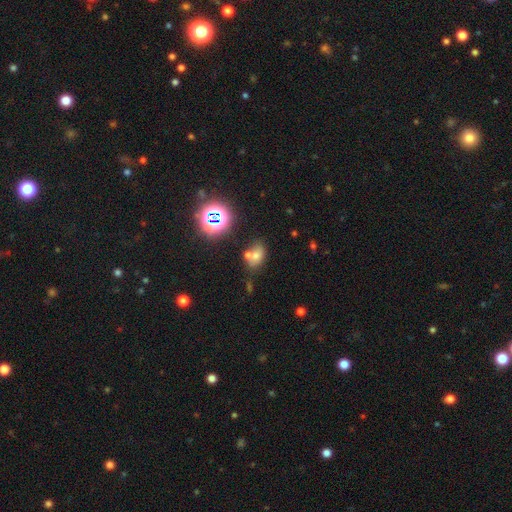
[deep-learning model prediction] smooth-or-featured: smooth: 59% | star or artifact: 27% | featured or disk: 15%
  how-rounded: in between: 73% | round: 25% | cigar-shaped: 2%
  merging: none: 53% | merger: 28% | minor disturbance: 13% | major disturbance: 5%